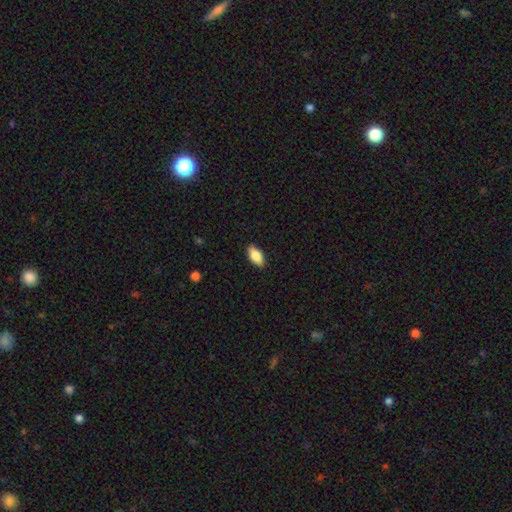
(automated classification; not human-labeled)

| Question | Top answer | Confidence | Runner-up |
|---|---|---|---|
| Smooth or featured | smooth | 85% | featured or disk (9%) |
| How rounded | in between | 90% | cigar-shaped (7%) |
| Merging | none | 88% | minor disturbance (9%) |